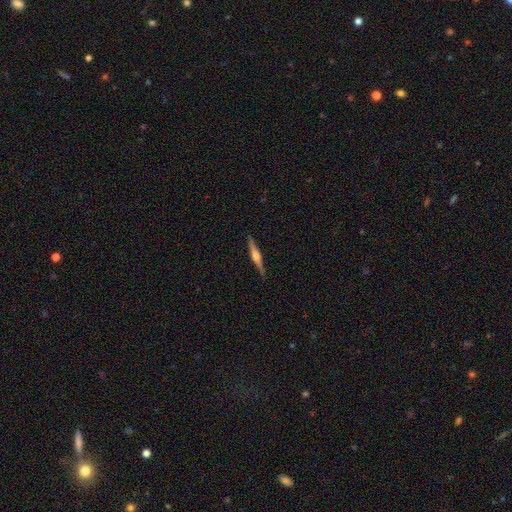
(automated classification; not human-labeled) Smooth or featured? Predicted: featured or disk (p=0.71). Edge-on disk? Predicted: yes (p=0.98). Edge-on bulge? Predicted: rounded (p=0.82). Merging? Predicted: none (p=0.90).